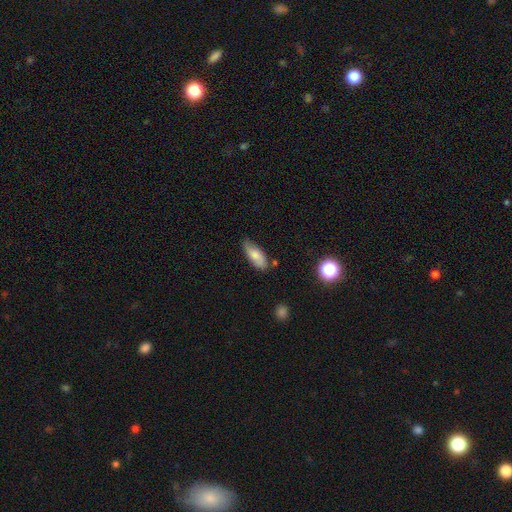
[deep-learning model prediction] A smooth galaxy with no disk features (75%) that is in between round and cigar-shaped (79%). Merging: none (71%).